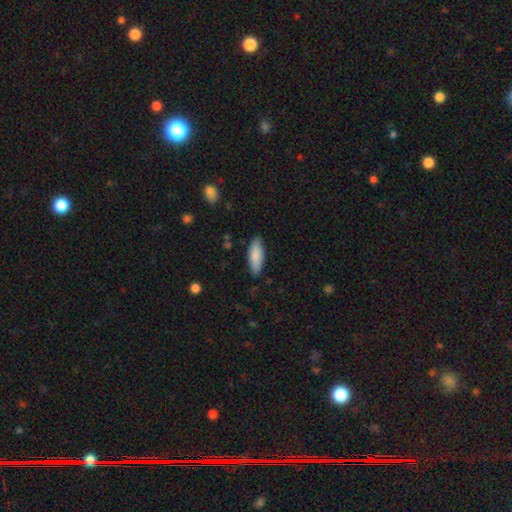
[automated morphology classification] smooth_or_featured: smooth (p=0.86) [alt: featured or disk p=0.09]
how_rounded: in between (p=0.64) [alt: cigar-shaped p=0.34]
merging: none (p=0.84) [alt: minor disturbance p=0.13]